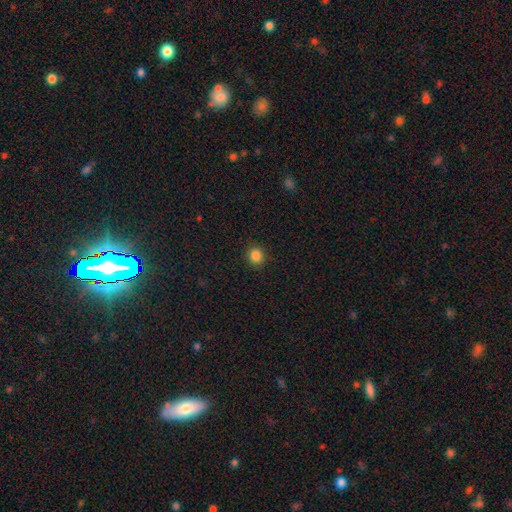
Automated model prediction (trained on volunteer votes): Smooth or featured?
  - smooth: 85% *
  - star or artifact: 11%
  - featured or disk: 4%
How rounded?
  - round: 84% *
  - in between: 15%
  - cigar-shaped: 1%
Merging?
  - none: 91% *
  - minor disturbance: 6%
  - major disturbance: 2%
  - merger: 1%